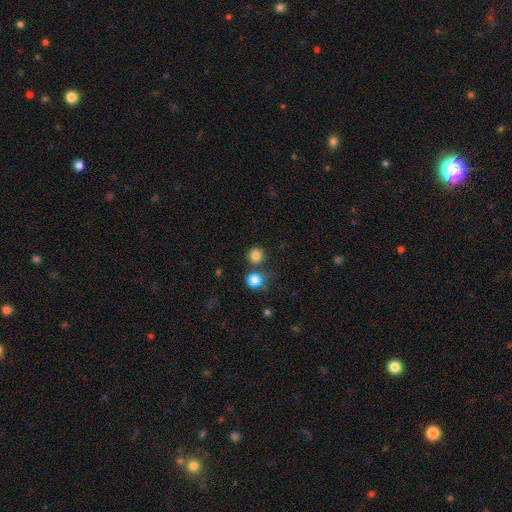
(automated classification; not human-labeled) This appears to be a smooth galaxy with no disk features (83%) that is round (90%). Merging: none (72%).